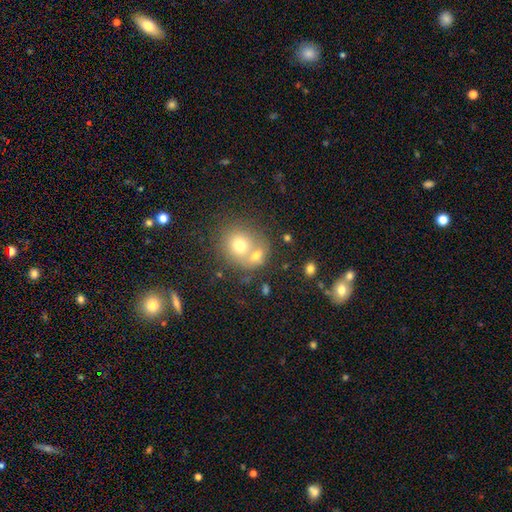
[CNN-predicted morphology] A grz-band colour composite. It shows a smooth galaxy with no disk features (69%) that is round (67%). Merging: merger (59%).